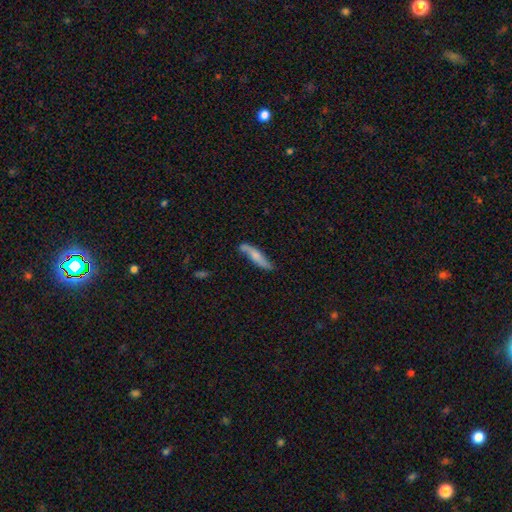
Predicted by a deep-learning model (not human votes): Morphology: type=smooth (51%); roundness=cigar-shaped (82%); merging=none (66%).